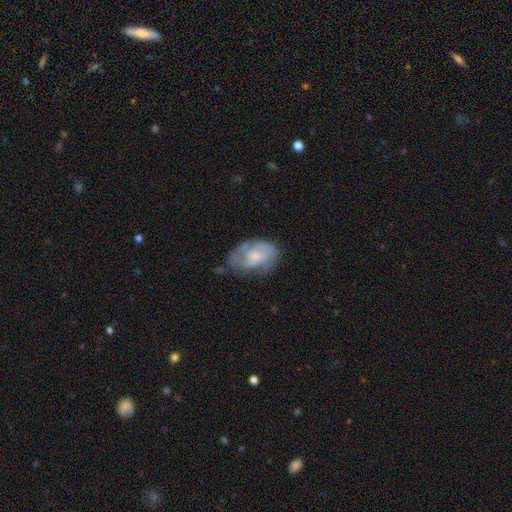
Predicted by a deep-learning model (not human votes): Smooth or featured? featured or disk (70%)
Edge-on disk? no (97%)
Bar? no (66%)
Spiral arms? yes (85%)
Spiral winding? medium (42%, tied with tight)
Spiral arm count? 2 (54%)
Bulge size? small (53%)
Merging? none (54%)